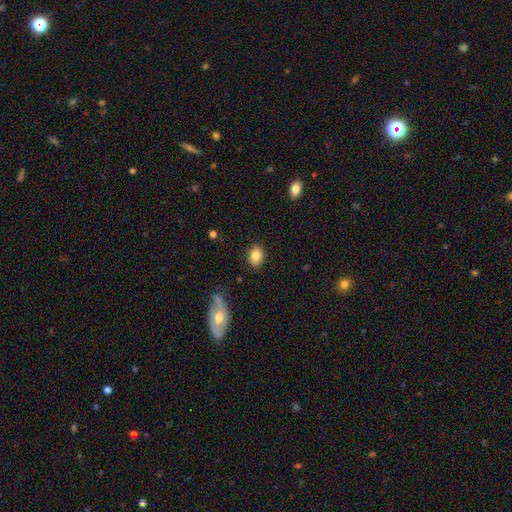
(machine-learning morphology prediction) This appears to be a smooth galaxy with no disk features (84%) that is in between round and cigar-shaped (64%). Merging: none (86%).